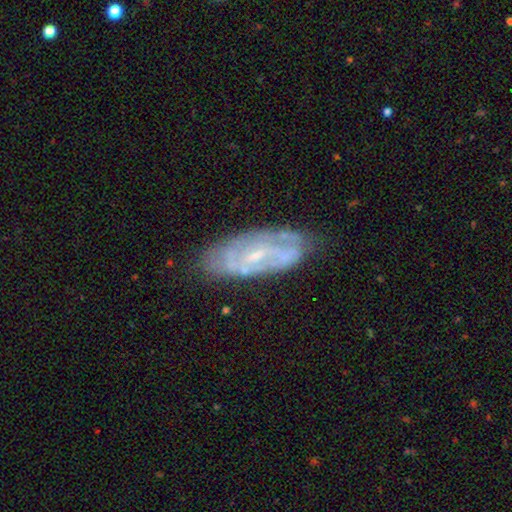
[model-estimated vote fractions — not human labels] Smooth or featured? Predicted: featured or disk (p=0.77). Edge-on disk? Predicted: no (p=0.90). Bar? Predicted: weak (p=0.47). Spiral arms? Predicted: yes (p=0.75). Spiral winding? Predicted: tight (p=0.48). Spiral arm count? Predicted: can't tell (p=0.42, tied with 2). Bulge size? Predicted: small (p=0.67). Merging? Predicted: none (p=0.69).